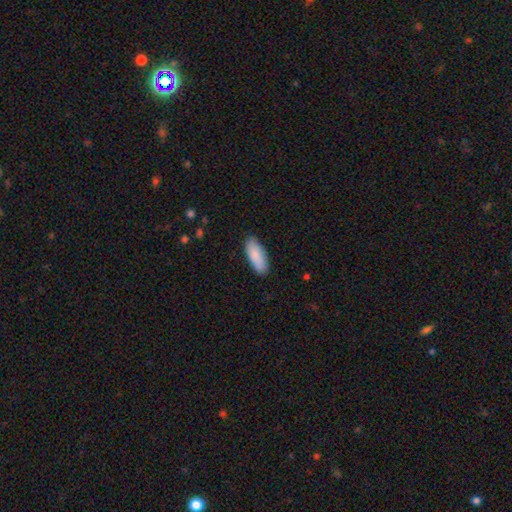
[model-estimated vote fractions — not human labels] Overall: smooth (87%). How rounded: in between (81%). Merging: none (85%).